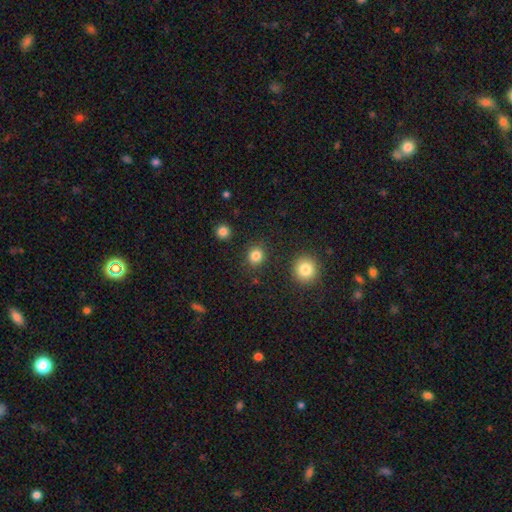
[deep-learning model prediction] Smooth or featured? Predicted: smooth (p=0.83). How rounded? Predicted: round (p=0.80). Merging? Predicted: none (p=0.88).